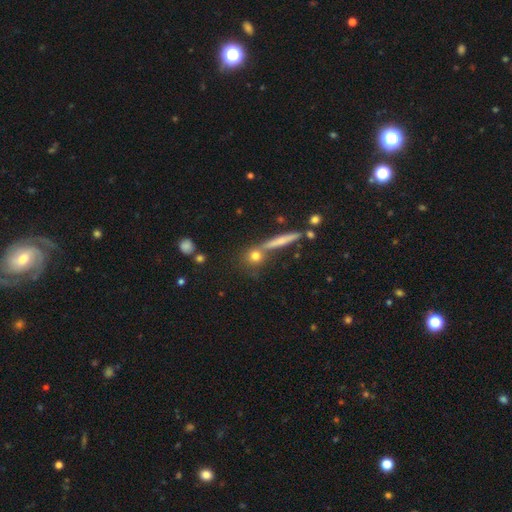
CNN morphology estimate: Smooth or featured?
  - smooth: 64% *
  - featured or disk: 21%
  - star or artifact: 15%
How rounded?
  - round: 70% *
  - cigar-shaped: 18%
  - in between: 11%
Merging?
  - none: 68% *
  - merger: 18%
  - minor disturbance: 10%
  - major disturbance: 4%